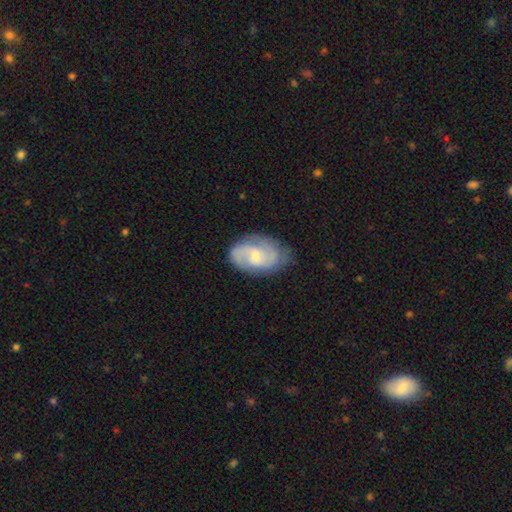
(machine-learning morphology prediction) A featured or disk galaxy (70%) with no bar (47%, tied with weak), 2 (67%) medium (47%) spiral arms (92%) and a small central bulge (56%).

Vote fractions:
- Smooth or featured? featured or disk: 70% / smooth: 24% / star or artifact: 6%
- Edge-on disk? no: 97% / yes: 3%
- Bar? no: 47% (tied) / weak: 47% (tied) / strong: 7%
- Spiral arms? yes: 92% / no: 8%
- Spiral winding? medium: 47% / tight: 32% / loose: 21%
- Spiral arm count? 2: 67% / can't tell: 17% / 3: 8% / 1: 4% / 4: 2% / more than 4: 2%
- Bulge size? small: 56% / moderate: 37% / none: 4% / large: 2% / dominant: 1%
- Merging? none: 73% / minor disturbance: 20% / major disturbance: 6% / merger: 1%